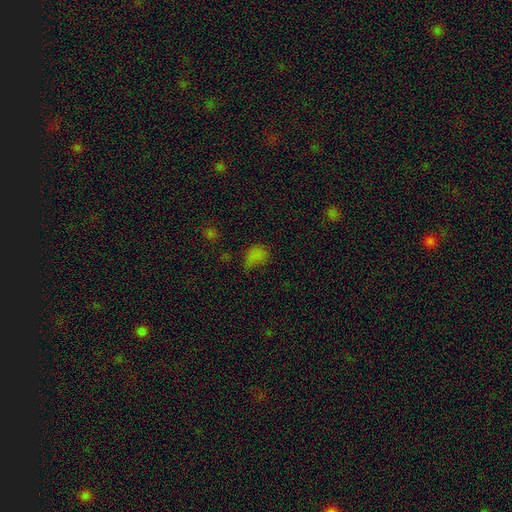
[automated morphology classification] type=smooth (65%); roundness=in between (73%); merging=none (41%).